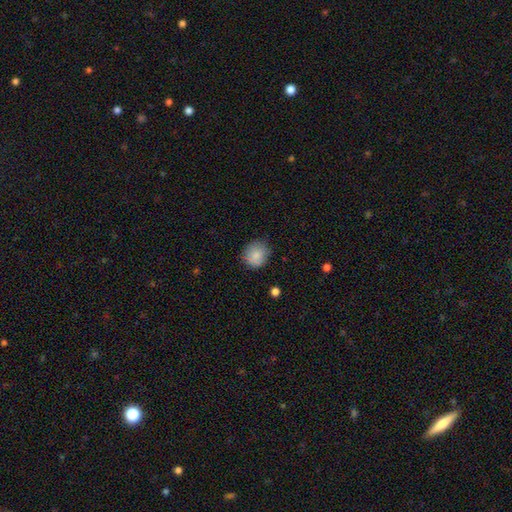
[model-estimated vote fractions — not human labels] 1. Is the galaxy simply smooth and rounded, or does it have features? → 82% smooth, 10% featured or disk, 8% star or artifact.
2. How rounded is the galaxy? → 84% round, 15% in between, 1% cigar-shaped.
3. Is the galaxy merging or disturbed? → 79% none, 16% minor disturbance, 4% major disturbance, 2% merger.